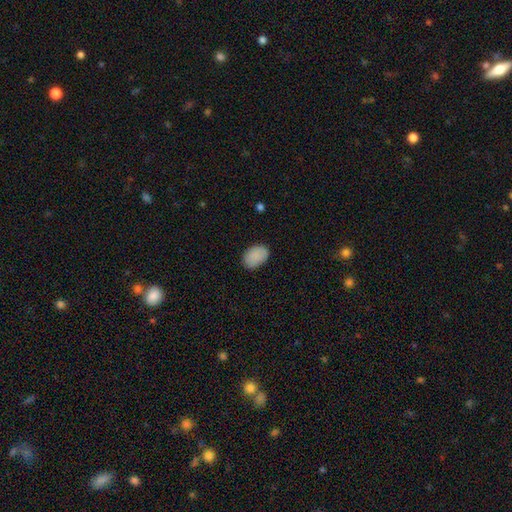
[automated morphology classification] Smooth or featured? smooth (89%)
How rounded? in between (86%)
Merging? none (84%)